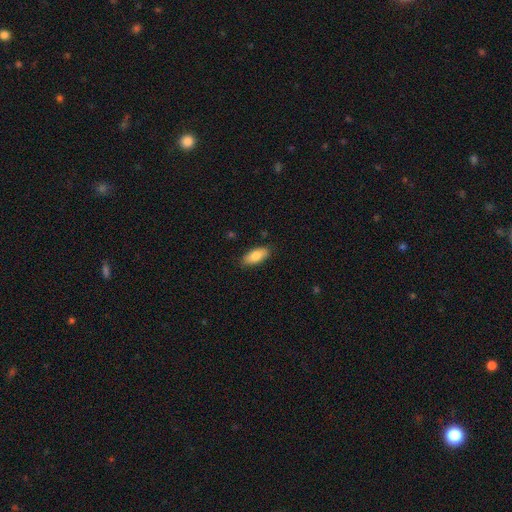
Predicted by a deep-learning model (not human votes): Smooth or featured?
  - smooth: 84% *
  - featured or disk: 10%
  - star or artifact: 6%
How rounded?
  - in between: 83% *
  - cigar-shaped: 15%
  - round: 2%
Merging?
  - none: 86% *
  - minor disturbance: 10%
  - major disturbance: 2%
  - merger: 1%